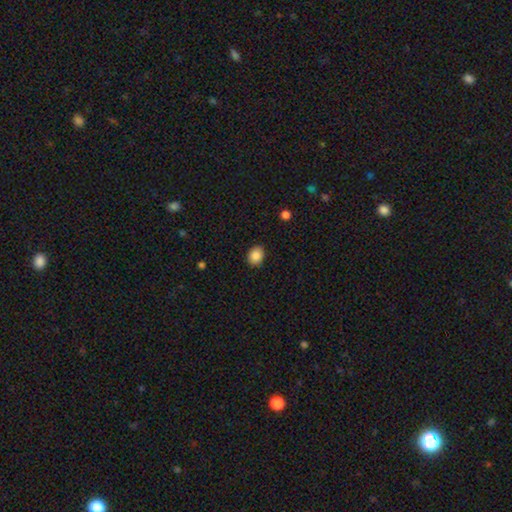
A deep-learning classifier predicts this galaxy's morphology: Smooth or featured? Predicted: smooth (p=0.87). How rounded? Predicted: in between (p=0.54). Merging? Predicted: none (p=0.87).